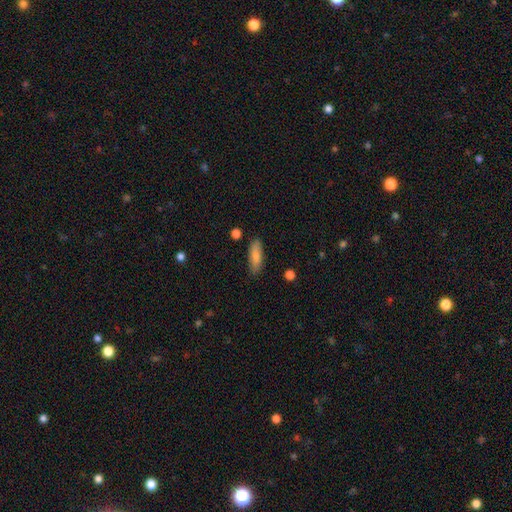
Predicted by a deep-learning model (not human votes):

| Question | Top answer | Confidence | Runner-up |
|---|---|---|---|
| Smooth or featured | smooth | 82% | featured or disk (11%) |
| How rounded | in between | 57% | cigar-shaped (41%) |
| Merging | none | 84% | minor disturbance (11%) |